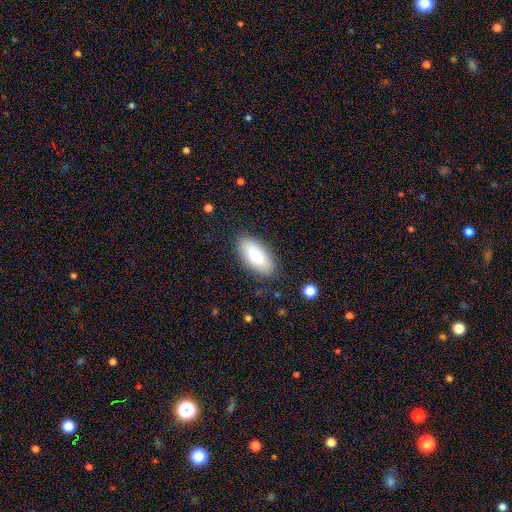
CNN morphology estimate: This is clearly a smooth galaxy (84%). How rounded: clearly in between (89%). Merging: clearly none (85%).